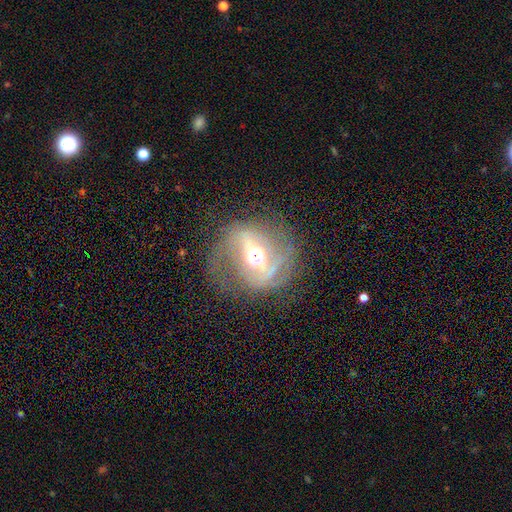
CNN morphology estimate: featured or disk 72%, smooth 16%, star or artifact 12%. Down the decision tree: edge-on disk — no (93%); bar — strong (36%); spiral arms — yes (65%); bulge size — moderate (64%); merging — none (63%).